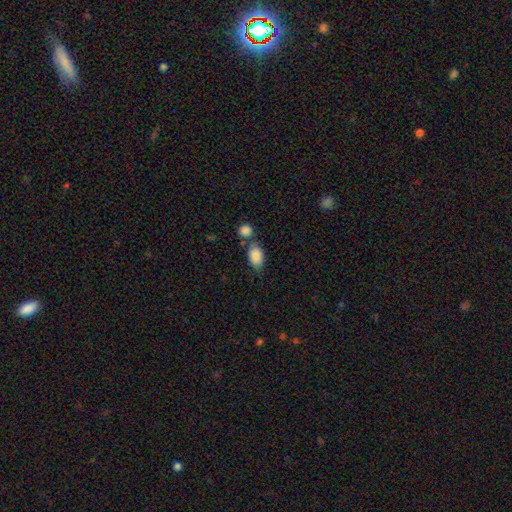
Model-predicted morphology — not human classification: smooth-or-featured: smooth: 86% | star or artifact: 7% | featured or disk: 7%
  how-rounded: in between: 89% | round: 9% | cigar-shaped: 2%
  merging: none: 54% | merger: 25% | minor disturbance: 16% | major disturbance: 5%